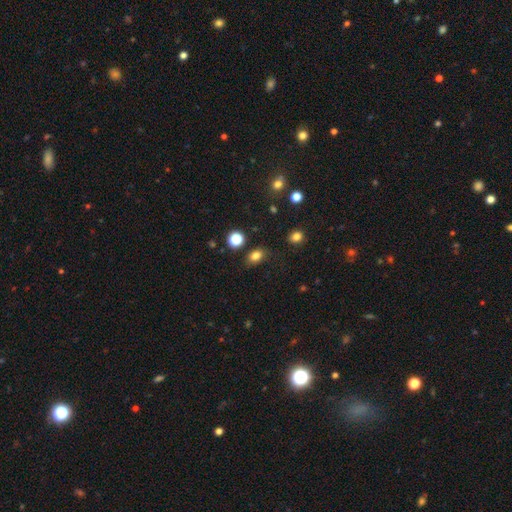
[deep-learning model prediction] smooth_or_featured: smooth (p=0.81) [alt: star or artifact p=0.13]
how_rounded: in between (p=0.67) [alt: round p=0.31]
merging: none (p=0.78) [alt: minor disturbance p=0.14]